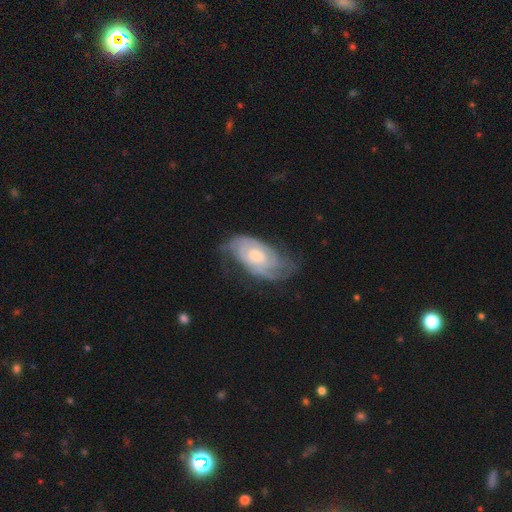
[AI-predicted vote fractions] featured or disk 81%, smooth 14%, star or artifact 5%. Down the decision tree: edge-on disk — no (95%); bar — no (70%); spiral arms — yes (93%); spiral arm count — 2 (43%); spiral winding — tight (61%); bulge size — moderate (63%); merging — none (64%).